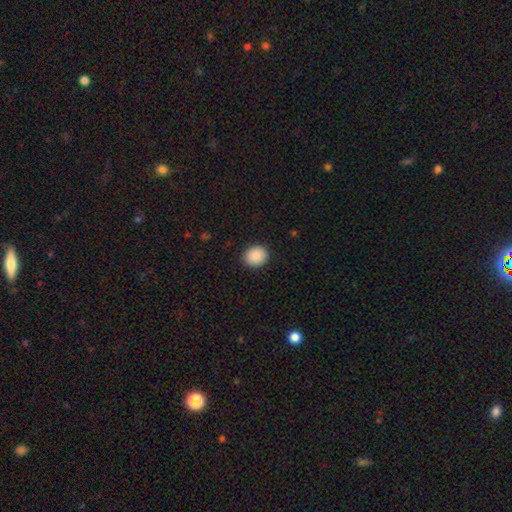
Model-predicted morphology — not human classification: smooth 90%, star or artifact 8%, featured or disk 3%. Down the decision tree: how rounded — round (70%); merging — none (90%).